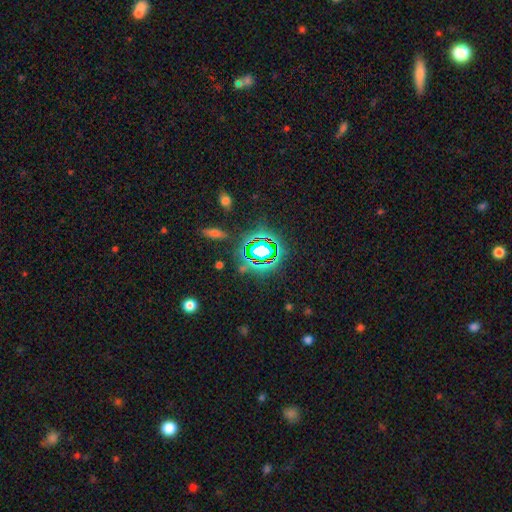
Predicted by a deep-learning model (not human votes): A star or artifact, not a galaxy (72%).

Vote fractions:
- Smooth or featured? star or artifact: 72% / smooth: 17% / featured or disk: 11%